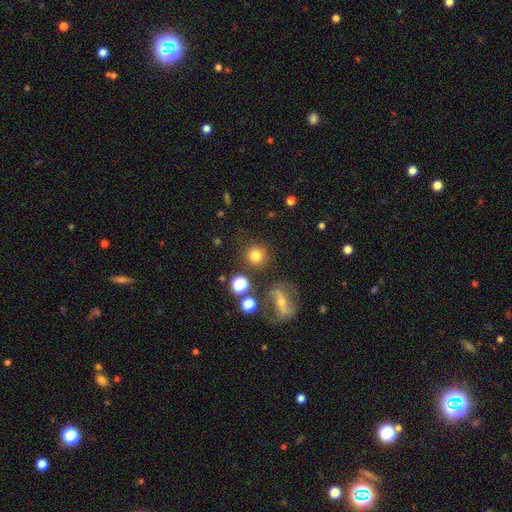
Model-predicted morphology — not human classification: Overall: smooth (75%). How rounded: round (92%). Merging: none (82%).